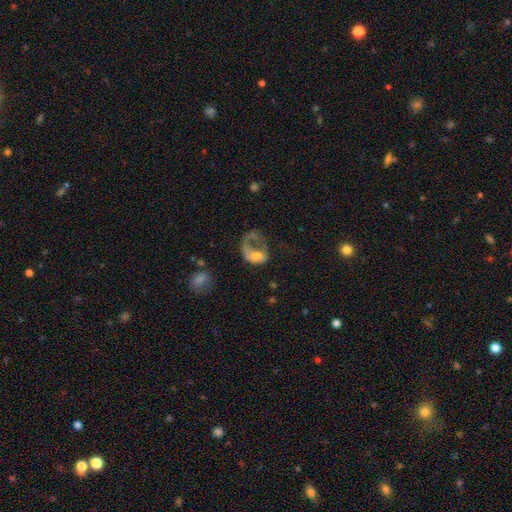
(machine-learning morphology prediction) A featured or disk galaxy (51%) with no bar (84%), no spiral arms (68%) and no central bulge (39%). Merging: major disturbance (61%).